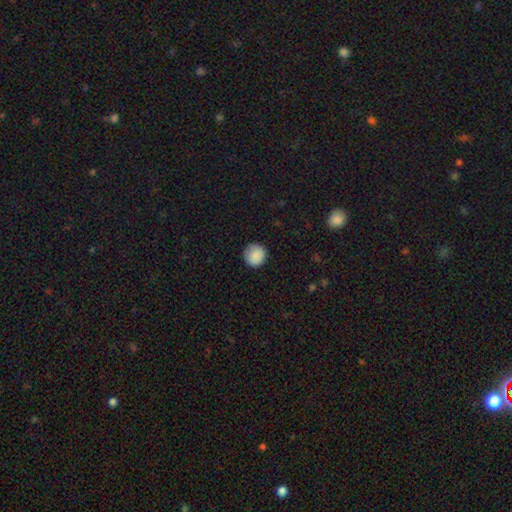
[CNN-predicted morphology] Smooth or featured: smooth — 88% (star or artifact — 8%)
How rounded: round — 93% (in between — 6%)
Merging: none — 84% (minor disturbance — 12%)